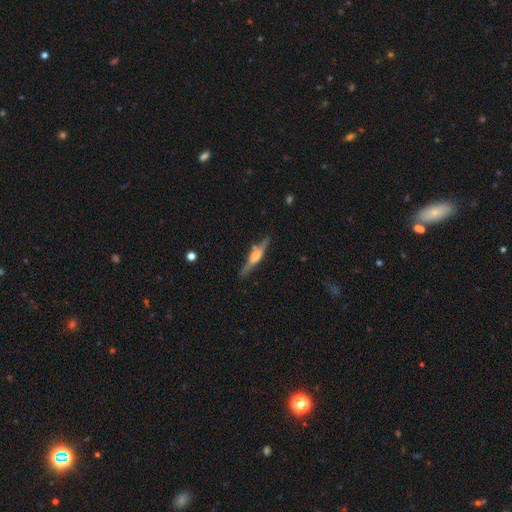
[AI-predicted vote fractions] Smooth or featured? Predicted: featured or disk (p=0.69). Edge-on disk? Predicted: yes (p=0.97). Edge-on bulge? Predicted: rounded (p=0.82). Merging? Predicted: none (p=0.85).